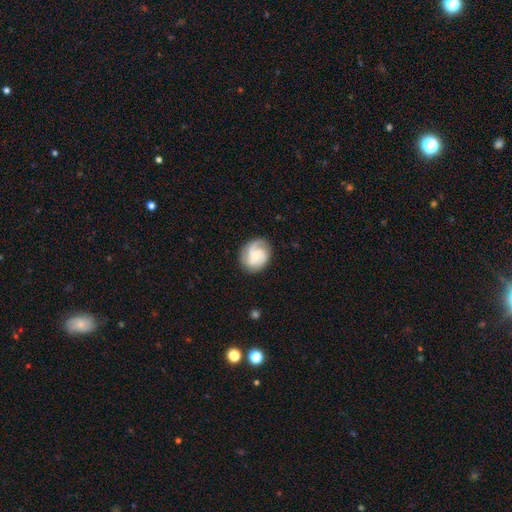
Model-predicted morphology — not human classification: smooth-or-featured: featured or disk: 66% | smooth: 27% | star or artifact: 6%
  disk-edge-on: no: 98% | yes: 2%
    bar: no: 62% | weak: 32% | strong: 5%
    has-spiral-arms: yes: 95% | no: 5%
      spiral-winding: tight: 44% | medium: 42% | loose: 14%
      spiral-arm-count: 3: 41% | 2: 27% | can't tell: 16% | 1: 7% | 4: 5% | more than 4: 4%
    bulge-size: small: 55% | moderate: 28% | none: 10% | large: 5% | dominant: 2%
  merging: none: 78% | minor disturbance: 15% | major disturbance: 6% | merger: 1%